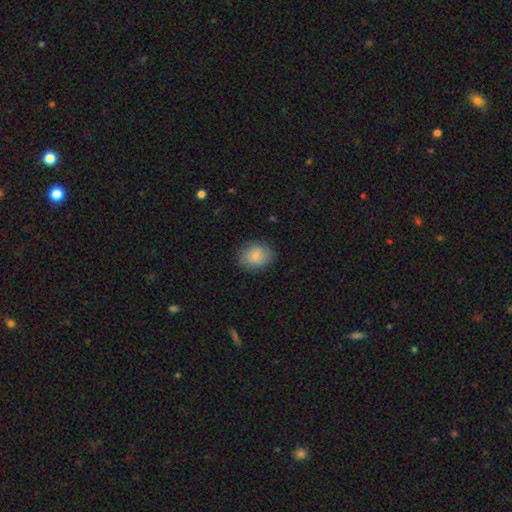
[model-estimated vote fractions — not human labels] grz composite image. It shows a smooth galaxy with no disk features (81%) that is round (54%). Merging: none (81%).